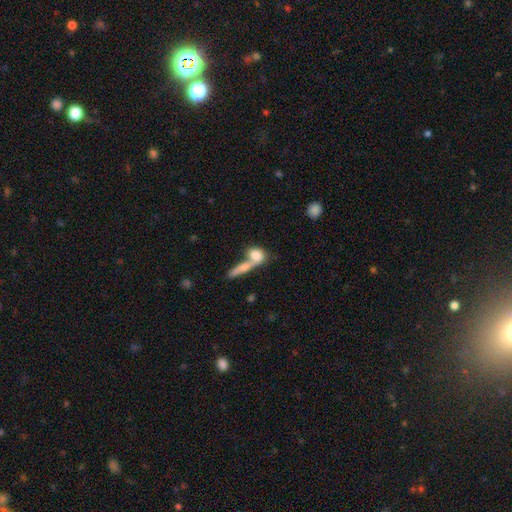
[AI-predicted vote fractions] Smooth or featured: smooth — 75% (featured or disk — 18%)
How rounded: in between — 52% (round — 30%)
Merging: merger — 61% (none — 25%)